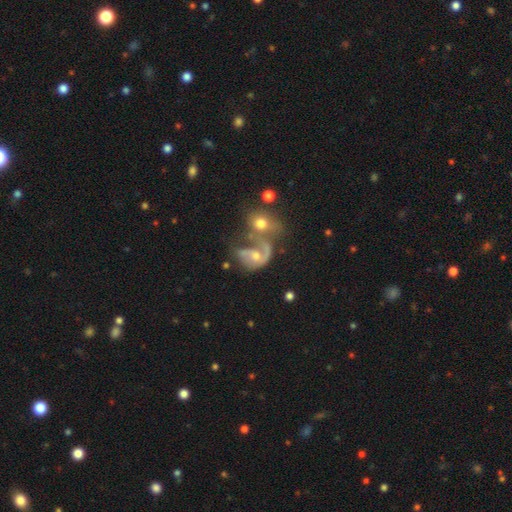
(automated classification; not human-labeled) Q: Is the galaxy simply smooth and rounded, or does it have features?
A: featured or disk — 69%.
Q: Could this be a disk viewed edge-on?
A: no — 97%.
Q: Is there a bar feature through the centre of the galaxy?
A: no — 61%.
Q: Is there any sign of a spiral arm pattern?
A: yes — 79%.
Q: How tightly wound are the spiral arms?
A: medium — 40%, tied with loose.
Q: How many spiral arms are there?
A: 2 — 47%.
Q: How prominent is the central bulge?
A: moderate — 49%.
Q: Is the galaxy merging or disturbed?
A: merger — 46%.